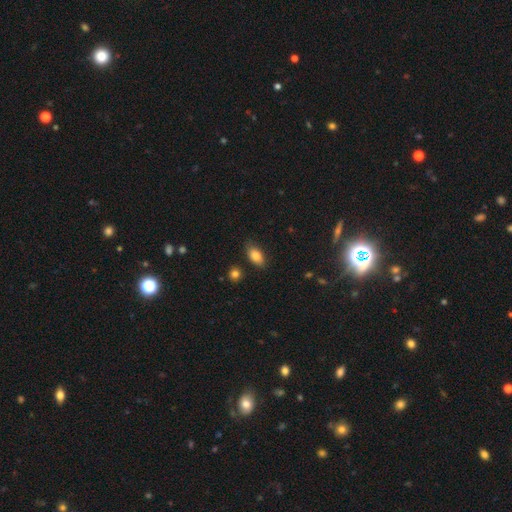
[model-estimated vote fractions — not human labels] A smooth galaxy with no disk features (83%) that is in between round and cigar-shaped (89%). Merging: none (81%).